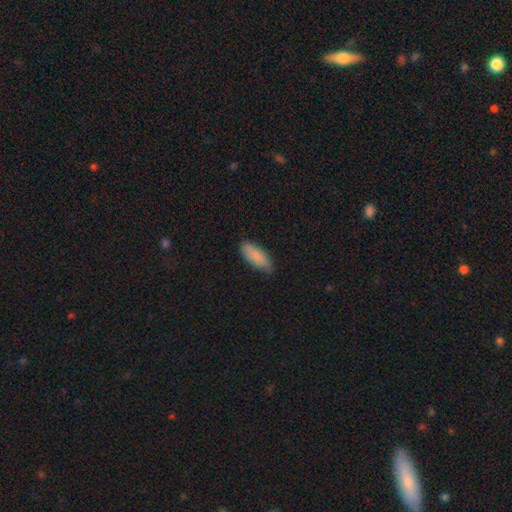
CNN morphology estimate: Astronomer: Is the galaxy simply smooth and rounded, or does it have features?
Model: smooth — 86%.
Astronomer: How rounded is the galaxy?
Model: in between — 78%.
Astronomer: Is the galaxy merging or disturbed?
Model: none — 75%.